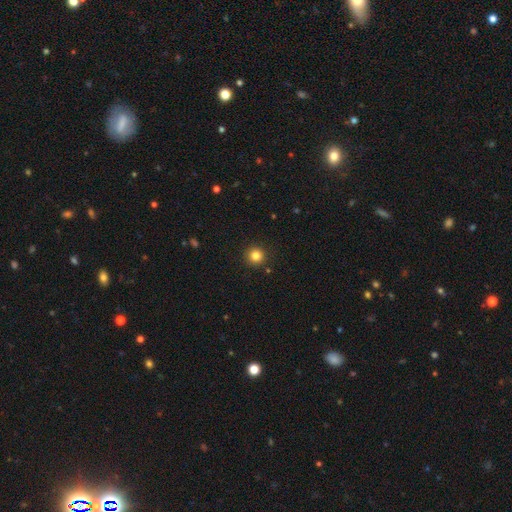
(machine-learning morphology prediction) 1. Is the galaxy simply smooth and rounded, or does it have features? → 83% smooth, 12% star or artifact, 5% featured or disk.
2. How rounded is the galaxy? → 95% round, 4% in between, 1% cigar-shaped.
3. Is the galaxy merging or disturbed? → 92% none, 5% minor disturbance, 2% major disturbance, 1% merger.